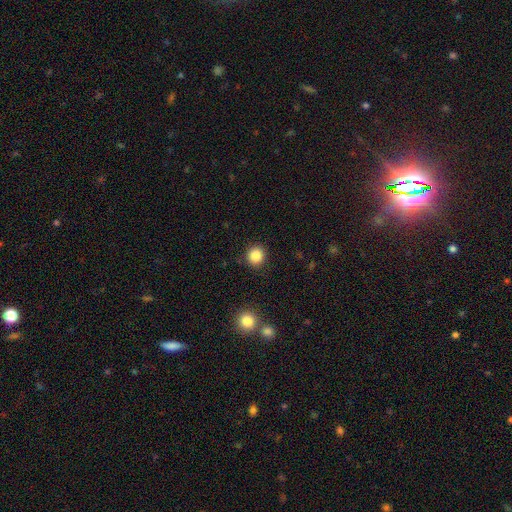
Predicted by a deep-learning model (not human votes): Q: Smooth or featured?
A: smooth (87%); runner-up: star or artifact (10%)
Q: How rounded?
A: round (90%); runner-up: in between (9%)
Q: Merging?
A: none (89%); runner-up: minor disturbance (6%)